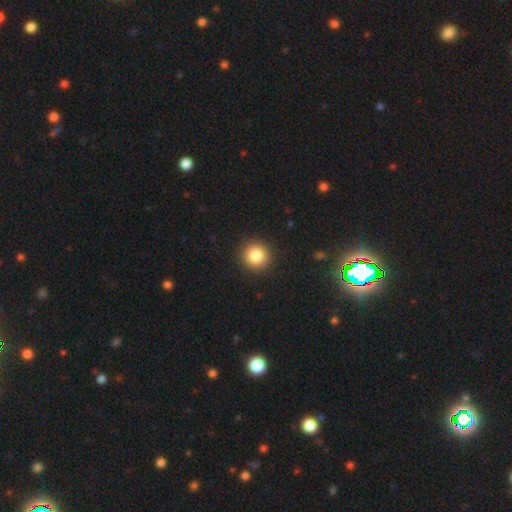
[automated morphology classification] This appears to be a smooth galaxy with no disk features (85%) that is round (94%). Merging: none (92%).